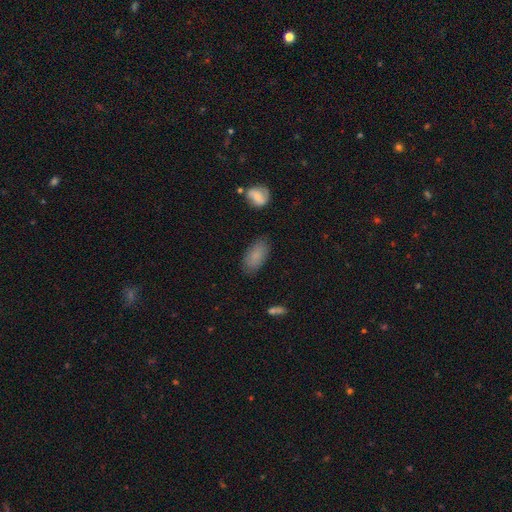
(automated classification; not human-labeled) Smooth or featured? smooth (82%)
How rounded? in between (93%)
Merging? none (80%)